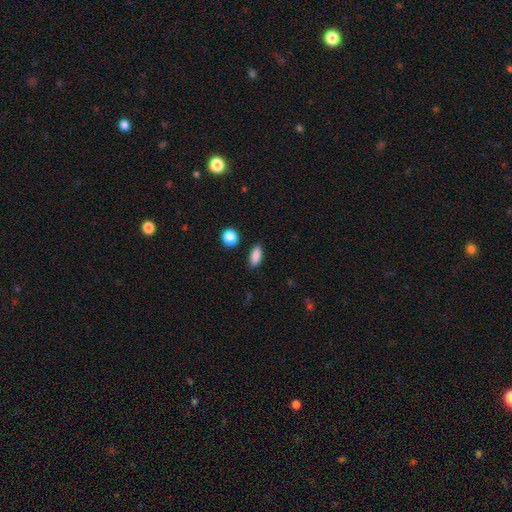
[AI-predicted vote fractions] Morphology: type=smooth (88%); roundness=in between (81%); merging=none (86%).